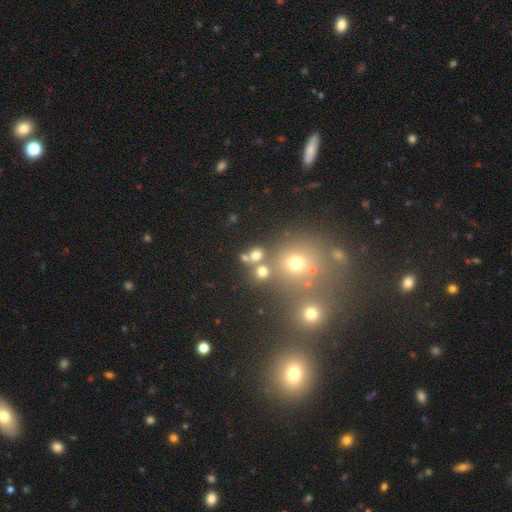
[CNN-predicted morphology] smooth 67%, star or artifact 22%, featured or disk 11%. Down the decision tree: how rounded — round (75%); merging — none (61%).